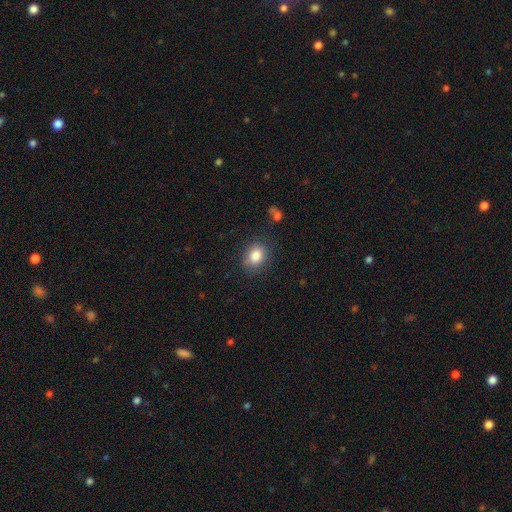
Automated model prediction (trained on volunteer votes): This appears to be a smooth galaxy with no disk features (85%) that is in between round and cigar-shaped (59%). Merging: none (81%).